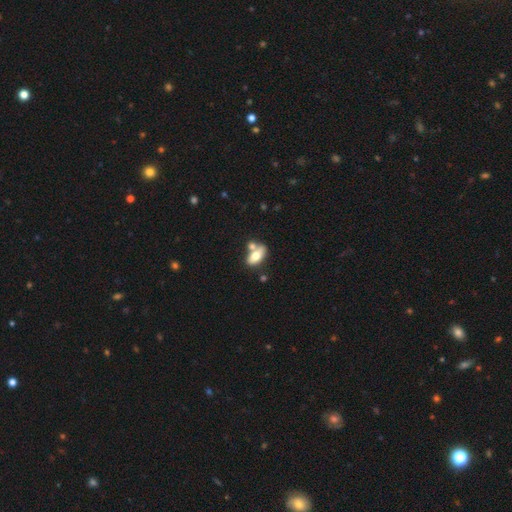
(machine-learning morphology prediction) This is likely a smooth galaxy (69%). How rounded: clearly in between (87%). Merging: marginally none (42%).